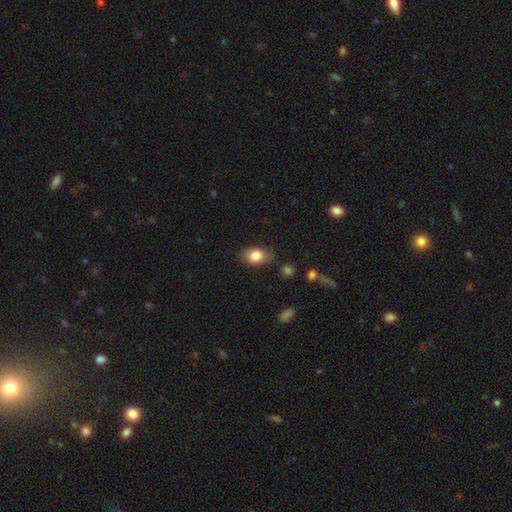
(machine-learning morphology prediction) Smooth or featured? Predicted: smooth (p=0.83). How rounded? Predicted: in between (p=0.77). Merging? Predicted: none (p=0.79).